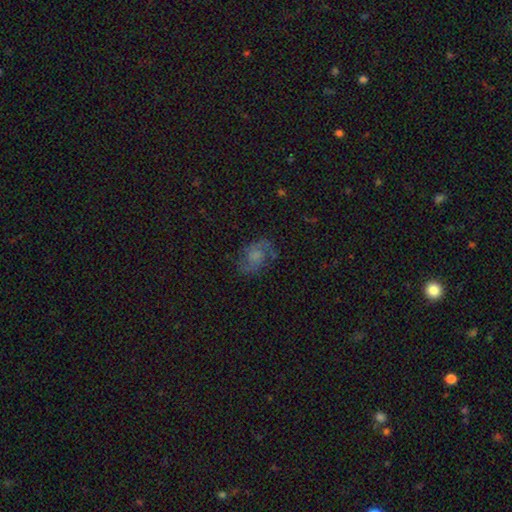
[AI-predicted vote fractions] smooth-or-featured: featured or disk: 64% | smooth: 24% | star or artifact: 12%
  disk-edge-on: no: 97% | yes: 3%
    bar: no: 65% | weak: 30% | strong: 5%
    has-spiral-arms: yes: 90% | no: 10%
      spiral-winding: medium: 46% | loose: 37% | tight: 16%
      spiral-arm-count: 2: 86% | can't tell: 7% | 1: 3% | 3: 2% | 4: 1% | more than 4: 1%
    bulge-size: none: 33% | small: 31% | moderate: 25% | large: 9% | dominant: 2%
  merging: none: 70% | minor disturbance: 18% | major disturbance: 11% | merger: 2%